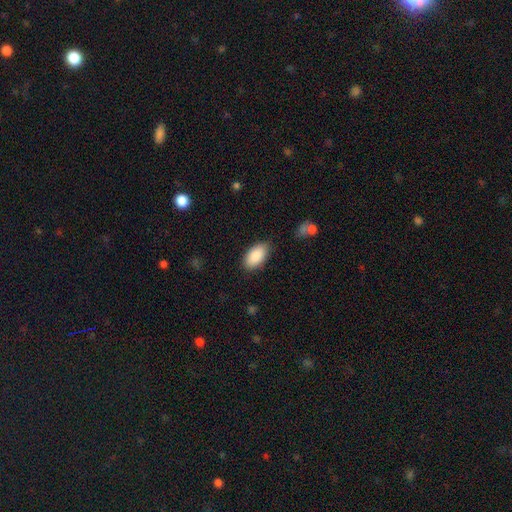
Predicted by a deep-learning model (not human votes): smooth 89%, star or artifact 6%, featured or disk 5%. Down the decision tree: how rounded — in between (95%); merging — none (84%).